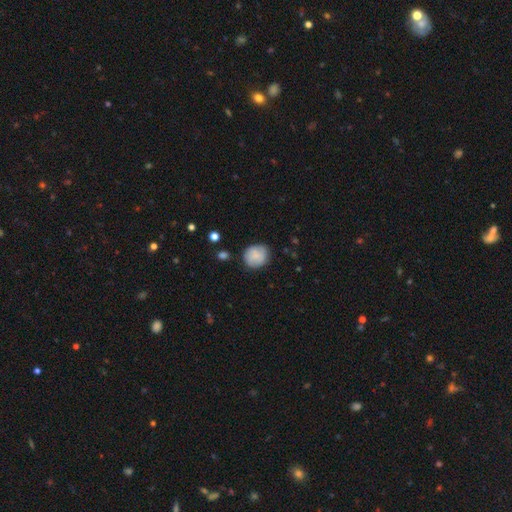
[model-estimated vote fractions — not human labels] This appears to be a smooth galaxy with no disk features (78%) that is round (77%). Merging: none (74%).